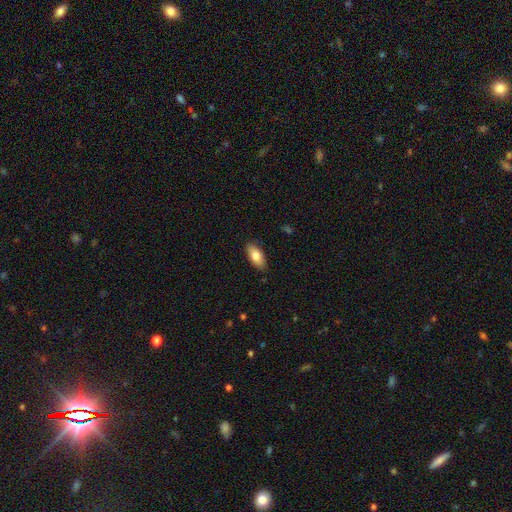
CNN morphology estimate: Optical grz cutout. It shows a smooth galaxy with no disk features (80%) that is in between round and cigar-shaped (89%). Merging: none (86%).